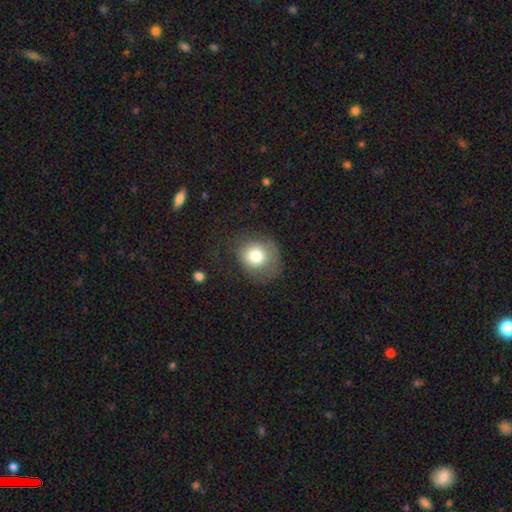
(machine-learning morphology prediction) smooth 76%, featured or disk 14%, star or artifact 10%. Down the decision tree: how rounded — round (78%); merging — none (57%).